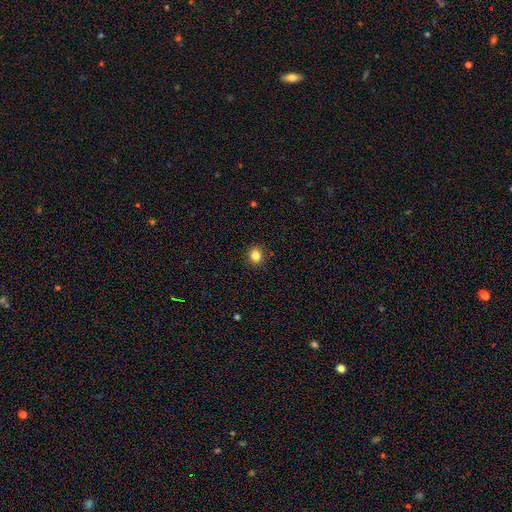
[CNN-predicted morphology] This is clearly a smooth galaxy (84%). How rounded: likely round (74%). Merging: clearly none (90%).